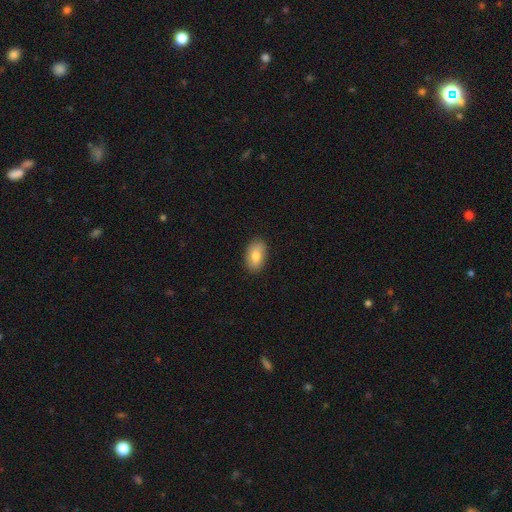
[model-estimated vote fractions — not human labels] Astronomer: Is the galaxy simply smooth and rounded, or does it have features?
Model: smooth — 80%.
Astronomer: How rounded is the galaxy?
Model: in between — 91%.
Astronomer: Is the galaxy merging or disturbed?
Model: none — 87%.